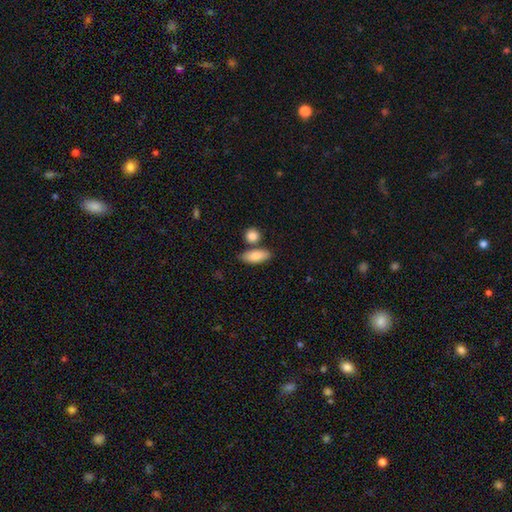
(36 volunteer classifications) A smooth galaxy with no disk features (92%) that is in between round and cigar-shaped (91%).

Vote fractions:
- Smooth or featured? smooth: 92% / featured or disk: 6% / star or artifact: 3%
- How rounded? in between: 91% / cigar-shaped: 6% / round: 3%
- Merging? none: 71% / merger: 23% / minor disturbance: 6% / major disturbance: 0%